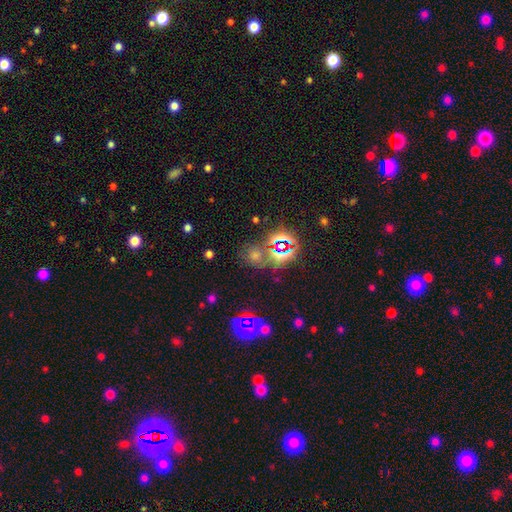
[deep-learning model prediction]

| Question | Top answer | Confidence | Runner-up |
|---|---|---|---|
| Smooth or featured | star or artifact | 61% | smooth (30%) |